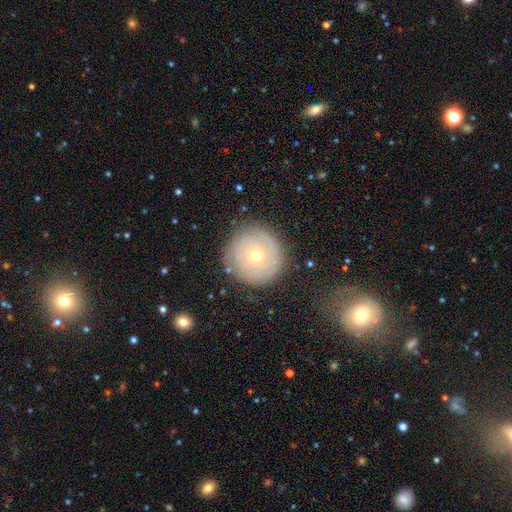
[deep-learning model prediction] The model was most divided on "smooth or featured": smooth: 47%, featured or disk: 43%, star or artifact: 10%. More confident: merging — none (83%).